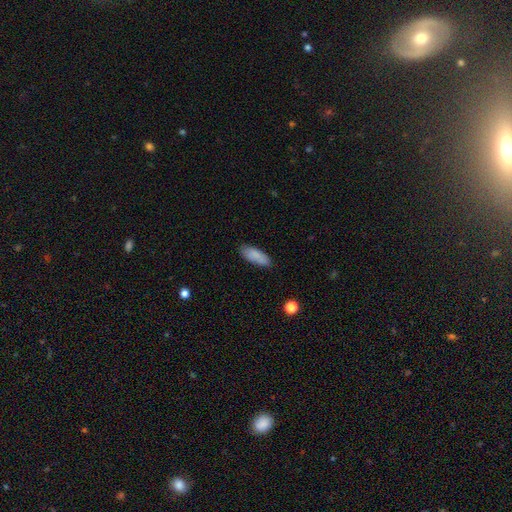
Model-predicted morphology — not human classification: Smooth or featured? smooth (86%)
How rounded? in between (70%)
Merging? none (82%)